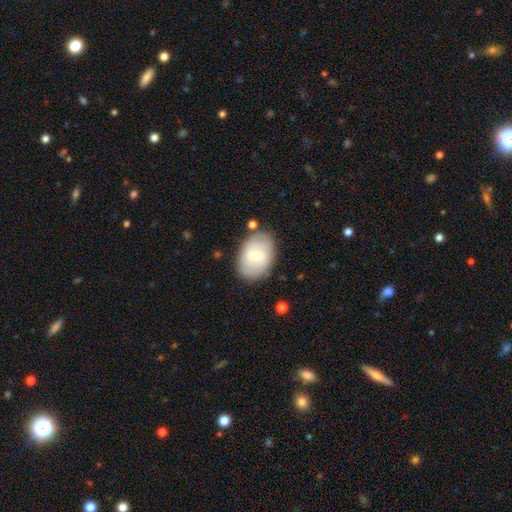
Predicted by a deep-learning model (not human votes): Morphology: type=smooth (53%); roundness=in between (81%); merging=none (78%).